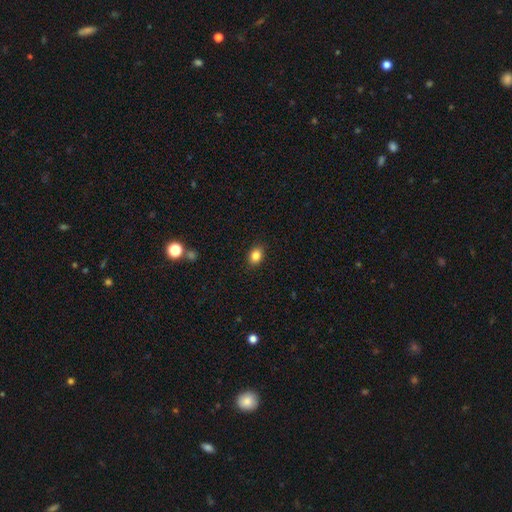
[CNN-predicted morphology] smooth-or-featured: smooth: 85% | star or artifact: 10% | featured or disk: 5%
  how-rounded: in between: 64% | round: 35% | cigar-shaped: 1%
  merging: none: 89% | minor disturbance: 8% | major disturbance: 2% | merger: 1%